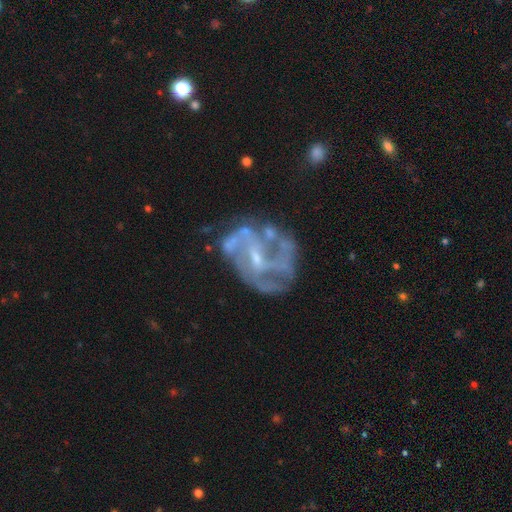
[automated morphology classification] This is clearly a featured or disk galaxy (84%). It is clearly not viewed edge-on (98%). Bar: possibly weak (46%). Spiral arm pattern: likely yes (77%). Spiral arm count: marginally can't tell (30%). Spiral winding: possibly medium (45%). Central bulge: likely small (63%). Merging: possibly none (51%).